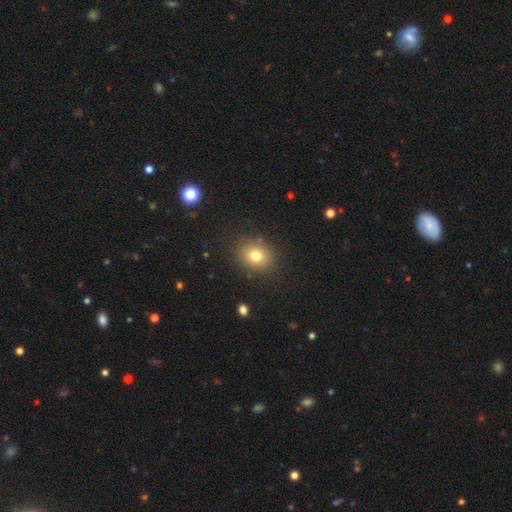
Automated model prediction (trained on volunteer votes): A smooth galaxy with no disk features (77%) that is round (58%). Merging: none (85%).